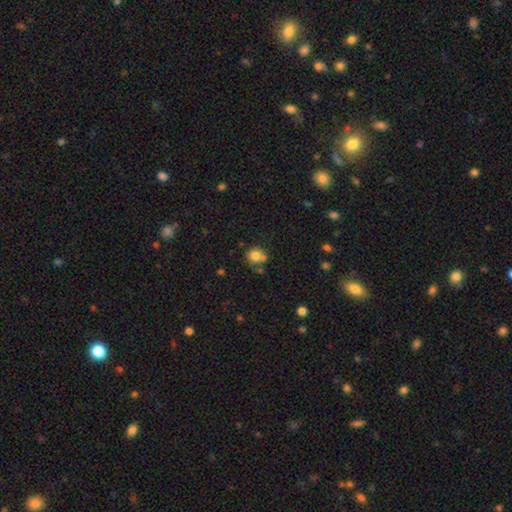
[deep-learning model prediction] Morphology: type=smooth (80%); roundness=round (81%); merging=none (61%).